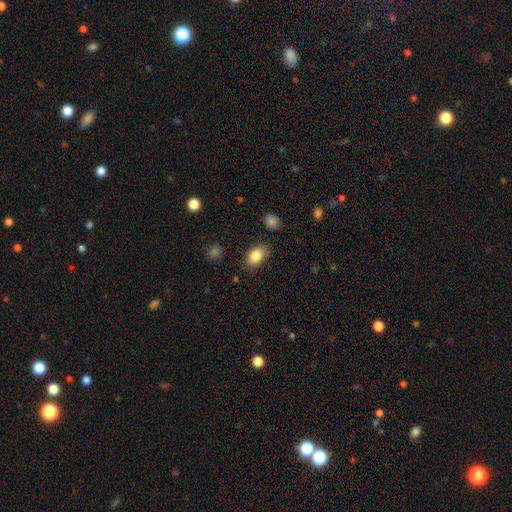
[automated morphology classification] smooth_or_featured: smooth (p=0.84) [alt: star or artifact p=0.08]
how_rounded: in between (p=0.86) [alt: round p=0.12]
merging: none (p=0.82) [alt: minor disturbance p=0.14]